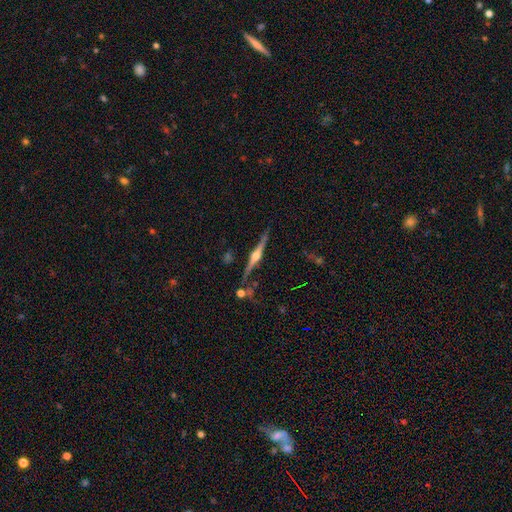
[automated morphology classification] smooth-or-featured: featured or disk: 85% | smooth: 9% | star or artifact: 6%
  disk-edge-on: yes: 98% | no: 2%
    edge-on-bulge: rounded: 94% | boxy: 3% | none: 2%
  merging: none: 81% | minor disturbance: 11% | merger: 5% | major disturbance: 3%